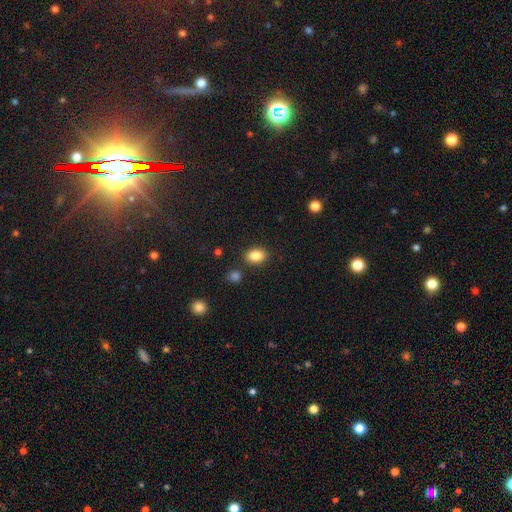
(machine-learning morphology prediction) smooth-or-featured: smooth: 86% | star or artifact: 9% | featured or disk: 5%
  how-rounded: in between: 82% | round: 17% | cigar-shaped: 1%
  merging: none: 84% | minor disturbance: 10% | merger: 4% | major disturbance: 3%